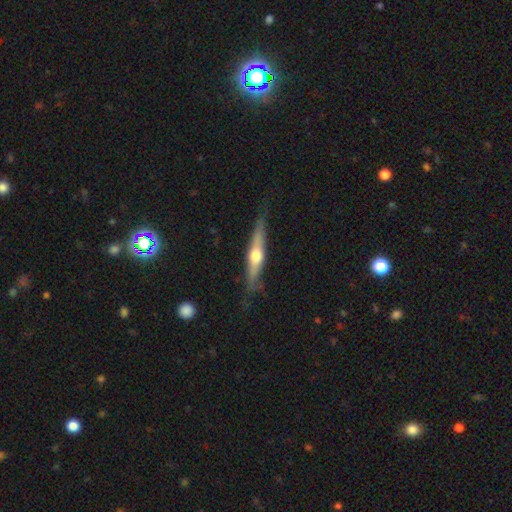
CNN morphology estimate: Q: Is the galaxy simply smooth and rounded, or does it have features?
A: featured or disk — 61%.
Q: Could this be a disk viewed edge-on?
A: yes — 93%.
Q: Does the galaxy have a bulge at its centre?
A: rounded — 92%.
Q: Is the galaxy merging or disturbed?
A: none — 80%.